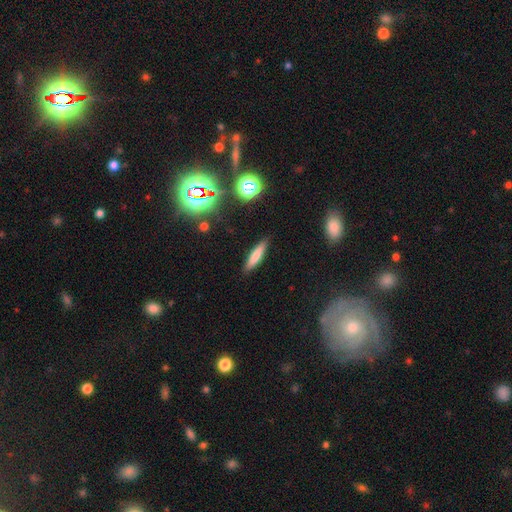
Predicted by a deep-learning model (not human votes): A smooth galaxy with no disk features (75%) that is cigar-shaped (79%). Merging: none (88%).